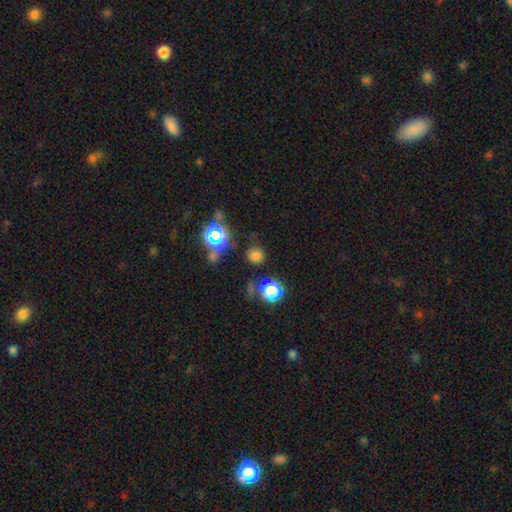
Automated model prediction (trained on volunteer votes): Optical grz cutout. It shows a smooth galaxy with no disk features (67%) that is round (80%). Merging: none (77%).